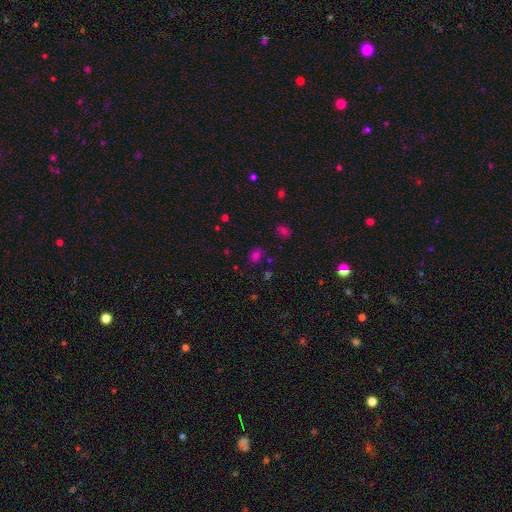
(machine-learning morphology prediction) Overall: smooth (69%). How rounded: round (53%; in between 46%). Merging: none (78%).